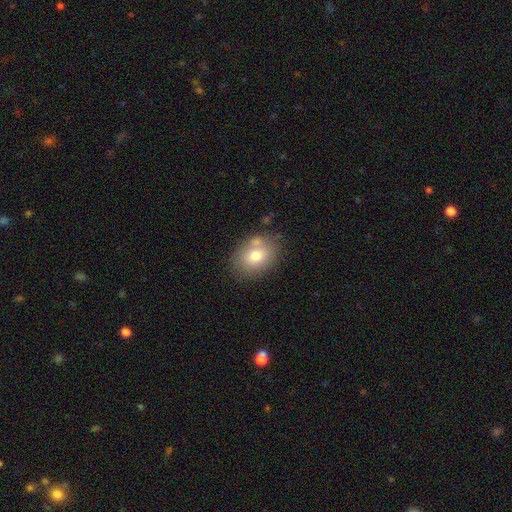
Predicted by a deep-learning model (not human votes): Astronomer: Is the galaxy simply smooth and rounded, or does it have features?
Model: smooth — 74%.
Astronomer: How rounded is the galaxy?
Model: in between — 65%.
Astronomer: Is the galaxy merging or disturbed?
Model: none — 67%.